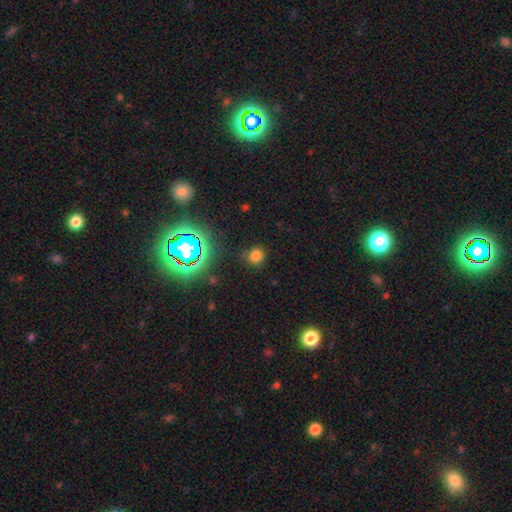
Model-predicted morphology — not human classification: smooth-or-featured: smooth: 71% | star or artifact: 23% | featured or disk: 6%
  how-rounded: round: 83% | in between: 16% | cigar-shaped: 1%
  merging: none: 79% | minor disturbance: 14% | major disturbance: 4% | merger: 3%